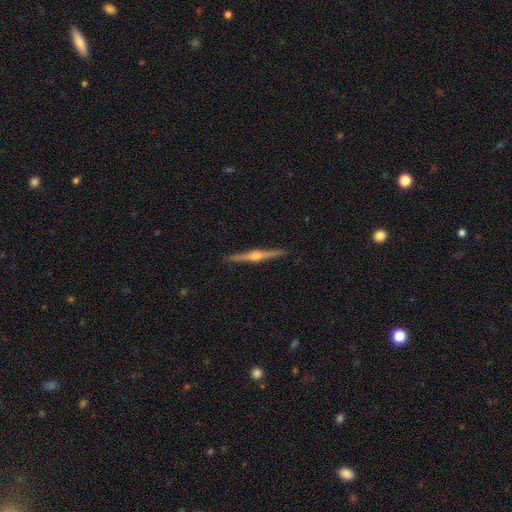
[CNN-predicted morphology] Smooth or featured? Predicted: featured or disk (p=0.85). Edge-on disk? Predicted: yes (p=0.99). Edge-on bulge? Predicted: rounded (p=0.93). Merging? Predicted: none (p=0.93).